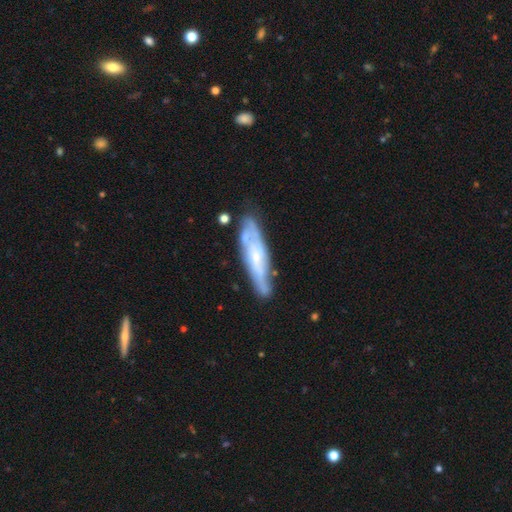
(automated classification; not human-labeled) This appears to be a featured or disk galaxy (65%). Merging: none (73%).